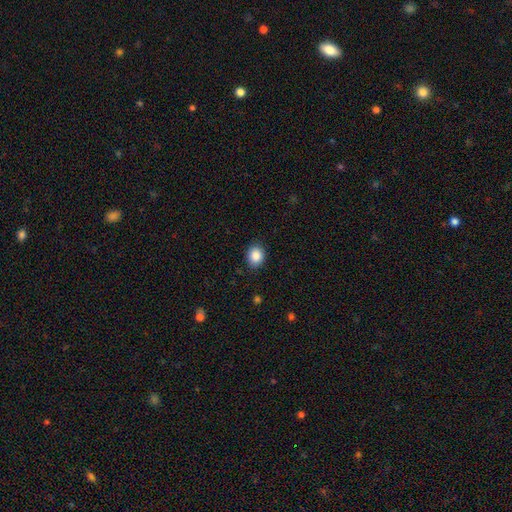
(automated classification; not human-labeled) A smooth galaxy with no disk features (88%) that is round (59%).

Vote fractions:
- Smooth or featured? smooth: 88% / star or artifact: 8% / featured or disk: 4%
- How rounded? round: 59% / in between: 40% / cigar-shaped: 1%
- Merging? none: 89% / minor disturbance: 8% / major disturbance: 2% / merger: 1%